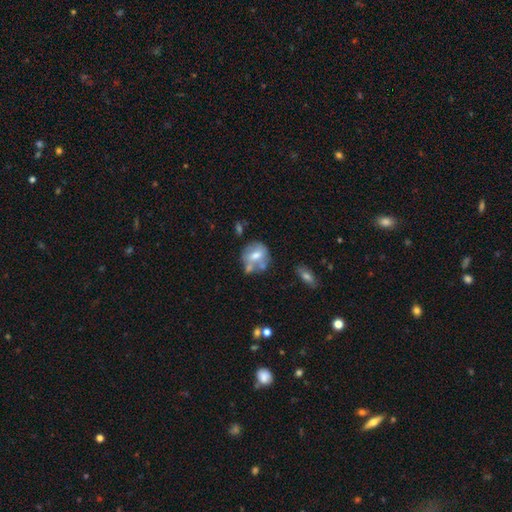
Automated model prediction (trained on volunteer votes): Smooth or featured? Predicted: smooth (p=0.52). How rounded? Predicted: round (p=0.71). Merging? Predicted: none (p=0.51).